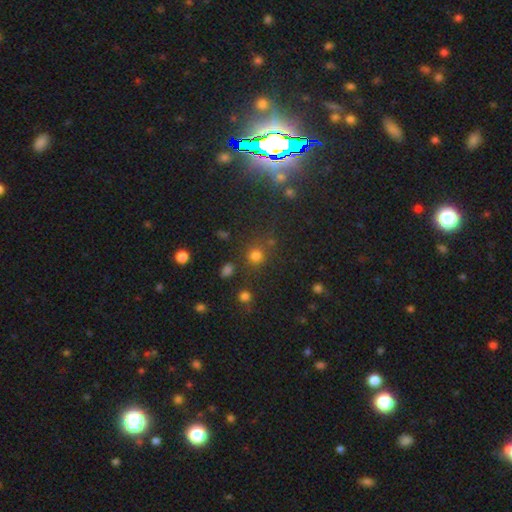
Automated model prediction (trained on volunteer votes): smooth-or-featured: smooth: 73% | star or artifact: 21% | featured or disk: 6%
  how-rounded: round: 90% | in between: 8% | cigar-shaped: 1%
  merging: none: 75% | minor disturbance: 10% | merger: 10% | major disturbance: 5%